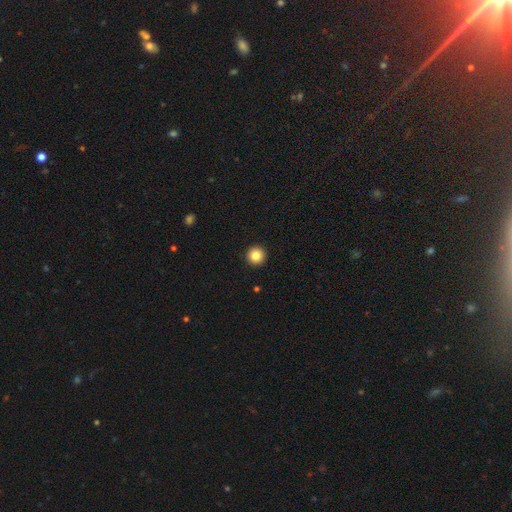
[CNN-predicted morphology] type=smooth (85%); roundness=round (97%); merging=none (94%).